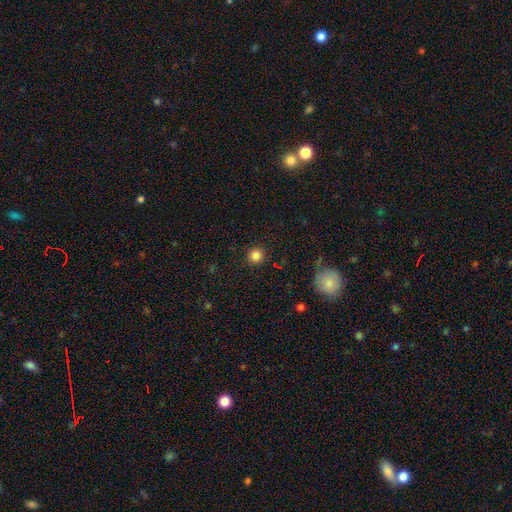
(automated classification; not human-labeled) A smooth galaxy with no disk features (84%) that is round (94%). Merging: none (91%).